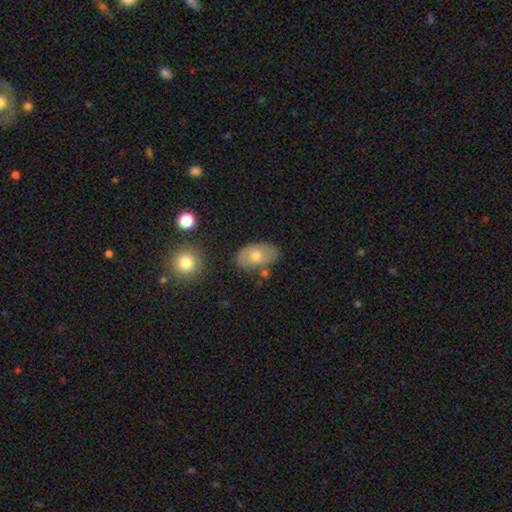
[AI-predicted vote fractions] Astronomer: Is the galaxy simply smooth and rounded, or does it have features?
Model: smooth — 63%.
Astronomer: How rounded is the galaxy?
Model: in between — 87%.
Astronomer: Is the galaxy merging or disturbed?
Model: none — 70%.